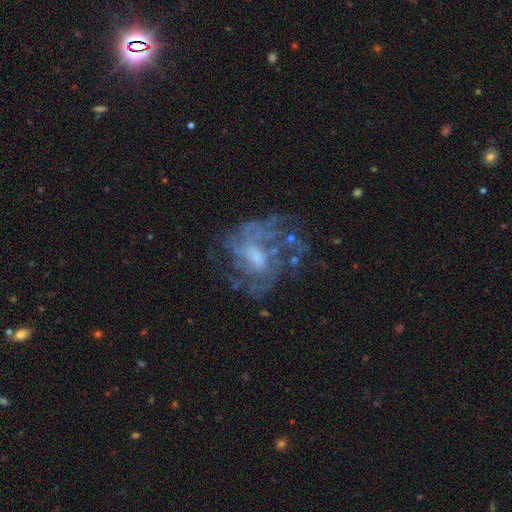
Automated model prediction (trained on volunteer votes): This is likely a featured or disk galaxy (78%). It is clearly not viewed edge-on (97%). Bar: possibly no (52%). Spiral arm pattern: likely yes (75%). Spiral arm count: possibly can't tell (48%). Spiral winding: marginally medium (41%). Central bulge: marginally moderate (40%). Merging: possibly none (57%).